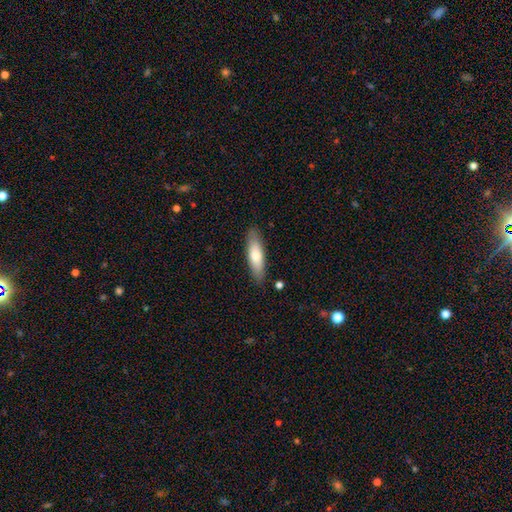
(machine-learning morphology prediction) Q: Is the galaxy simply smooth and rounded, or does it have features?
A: smooth — 71%.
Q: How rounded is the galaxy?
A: cigar-shaped — 57%.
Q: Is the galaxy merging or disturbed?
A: none — 86%.